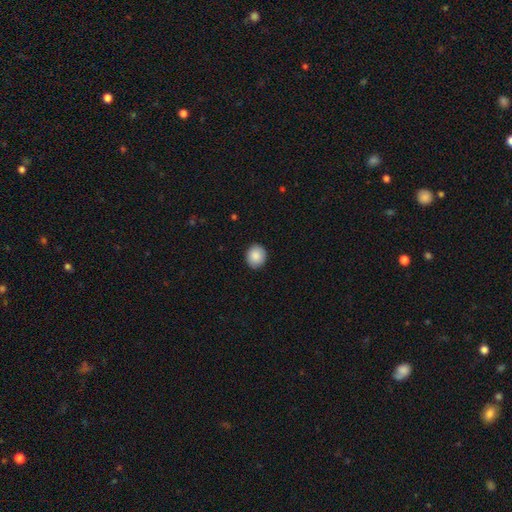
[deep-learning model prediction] smooth-or-featured: smooth: 88% | star or artifact: 7% | featured or disk: 5%
  how-rounded: round: 75% | in between: 24% | cigar-shaped: 1%
  merging: none: 90% | minor disturbance: 8% | major disturbance: 2% | merger: 1%